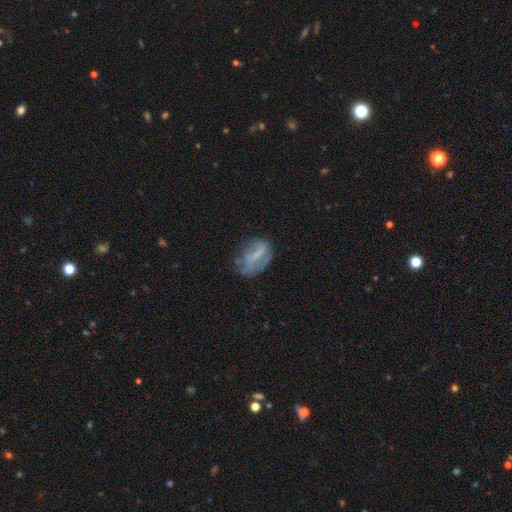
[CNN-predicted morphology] Smooth or featured? Predicted: featured or disk (p=0.46). Merging? Predicted: none (p=0.43).